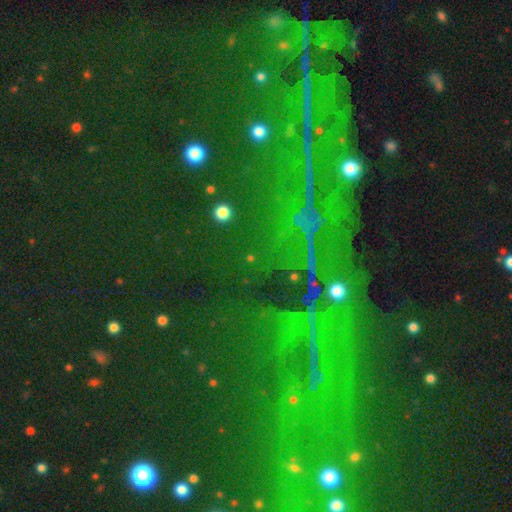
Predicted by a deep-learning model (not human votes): Q: Smooth or featured?
A: star or artifact (82%); runner-up: smooth (10%)